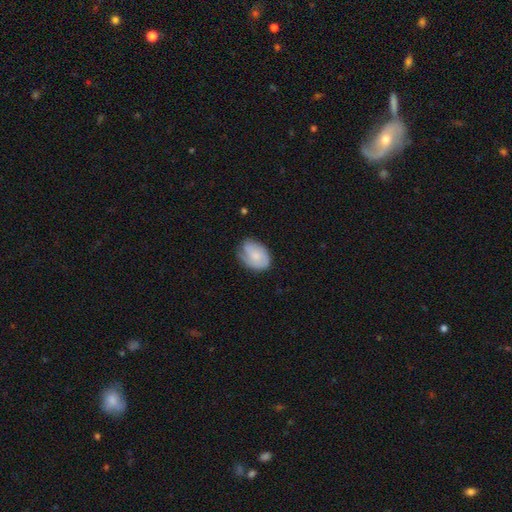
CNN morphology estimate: Q: Smooth or featured?
A: smooth (60%); runner-up: featured or disk (33%)
Q: How rounded?
A: in between (80%); runner-up: round (19%)
Q: Merging?
A: none (56%); runner-up: minor disturbance (32%)